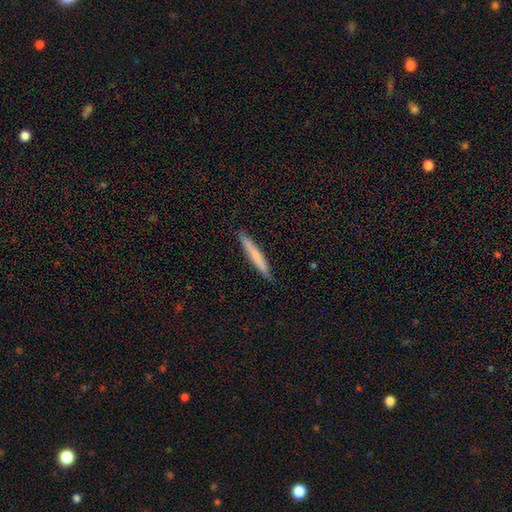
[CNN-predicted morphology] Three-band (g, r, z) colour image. It shows a smooth galaxy with no disk features (66%) that is cigar-shaped (96%). Merging: none (89%).